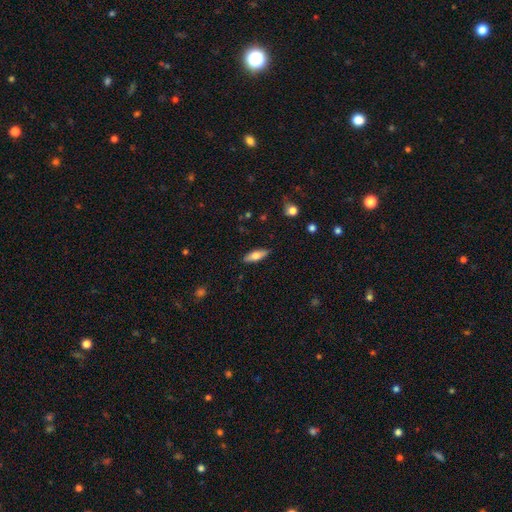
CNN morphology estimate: A smooth galaxy with no disk features (68%) that is in between round and cigar-shaped (63%).

Vote fractions:
- Smooth or featured? smooth: 68% / featured or disk: 26% / star or artifact: 6%
- How rounded? in between: 63% / cigar-shaped: 35% / round: 2%
- Merging? none: 87% / minor disturbance: 10% / major disturbance: 2% / merger: 1%